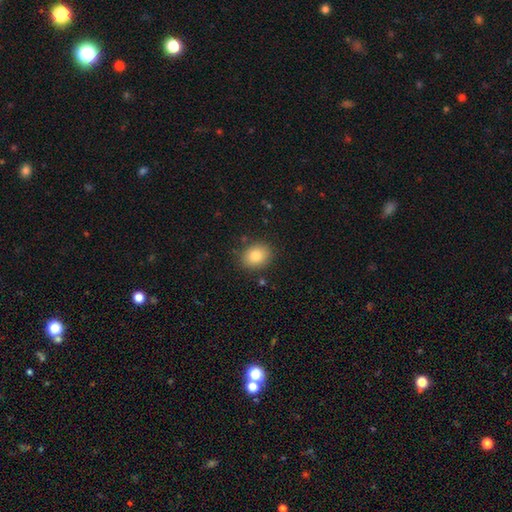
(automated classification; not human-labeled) The model was most divided on "how rounded": in between: 51%, round: 48%, cigar-shaped: 1%. More confident: merging — none (86%); smooth or featured — smooth (82%).